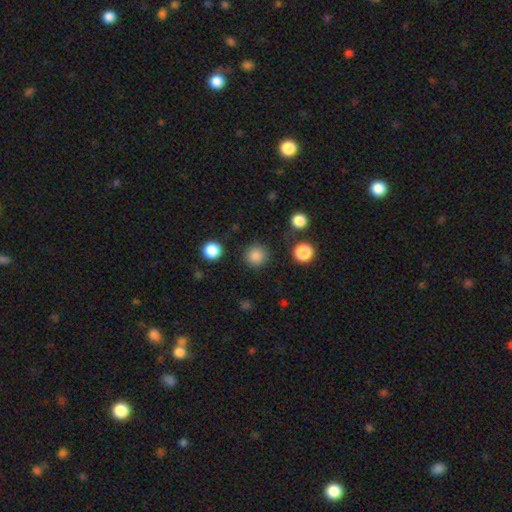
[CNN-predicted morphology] Smooth or featured?
  - smooth: 85% *
  - star or artifact: 12%
  - featured or disk: 3%
How rounded?
  - round: 95% *
  - in between: 4%
  - cigar-shaped: 1%
Merging?
  - none: 89% *
  - minor disturbance: 6%
  - major disturbance: 3%
  - merger: 2%